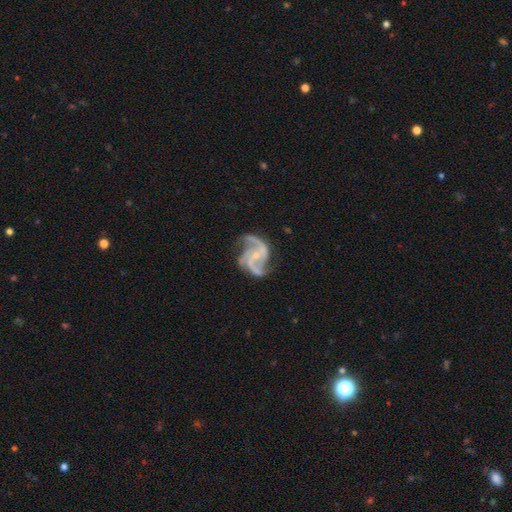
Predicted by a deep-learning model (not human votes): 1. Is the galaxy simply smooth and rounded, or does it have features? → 92% featured or disk, 5% star or artifact, 3% smooth.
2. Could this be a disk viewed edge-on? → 98% no, 2% yes.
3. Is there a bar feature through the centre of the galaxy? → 54% no, 33% weak, 13% strong.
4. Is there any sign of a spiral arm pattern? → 98% yes, 2% no.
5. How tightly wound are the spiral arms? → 56% medium, 31% loose, 14% tight.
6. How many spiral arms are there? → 48% 2, 38% 3, 4% can't tell, 4% 4, 3% 1, 3% more than 4.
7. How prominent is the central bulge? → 69% small, 24% moderate, 5% none, 1% large, 1% dominant.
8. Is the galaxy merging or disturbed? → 64% none, 21% minor disturbance, 12% major disturbance, 2% merger.